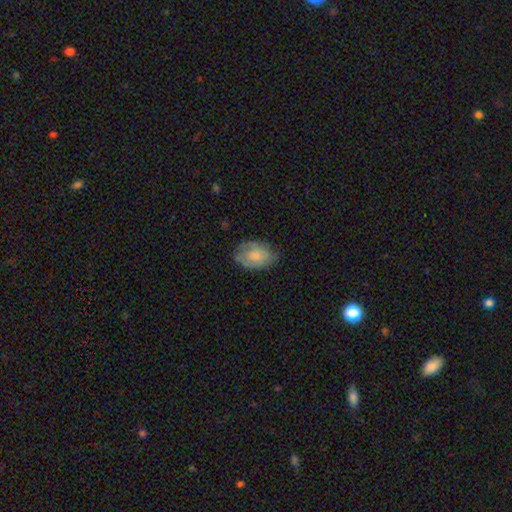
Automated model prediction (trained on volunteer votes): Smooth or featured? Predicted: smooth (p=0.68). How rounded? Predicted: in between (p=0.83). Merging? Predicted: none (p=0.67).